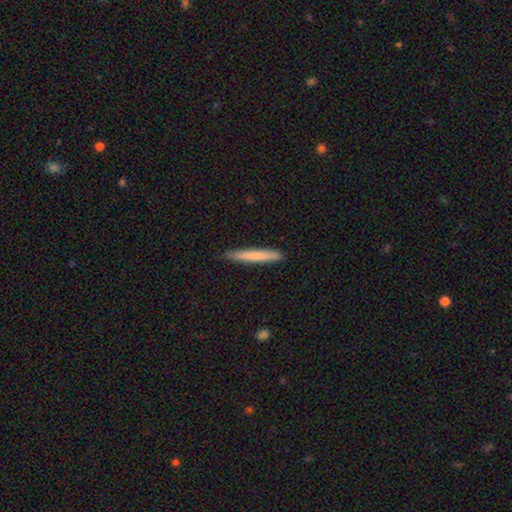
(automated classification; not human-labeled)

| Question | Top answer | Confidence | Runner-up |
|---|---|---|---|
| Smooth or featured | smooth | 72% | featured or disk (23%) |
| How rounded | cigar-shaped | 96% | in between (3%) |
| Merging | none | 89% | minor disturbance (9%) |